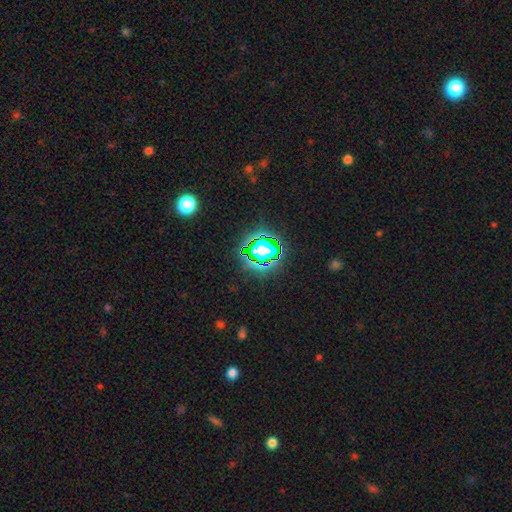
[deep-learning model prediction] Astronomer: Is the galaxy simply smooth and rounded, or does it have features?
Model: star or artifact — 78%.